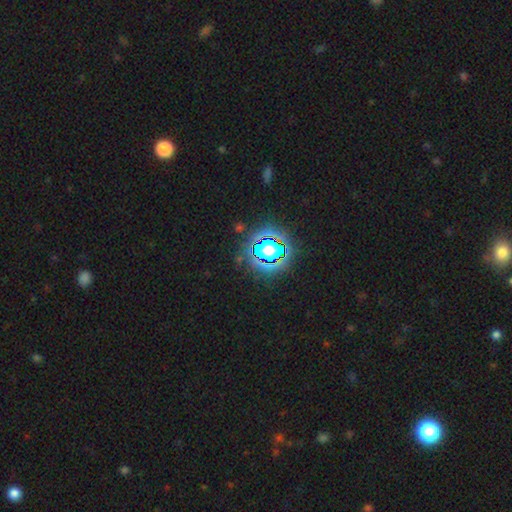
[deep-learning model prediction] smooth-or-featured: star or artifact: 82% | smooth: 11% | featured or disk: 7%